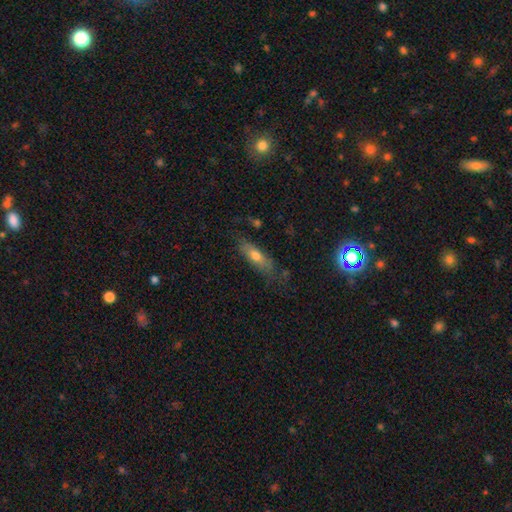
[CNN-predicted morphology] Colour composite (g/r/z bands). It shows a smooth galaxy with no disk features (55%) that is cigar-shaped (55%). Merging: none (68%).